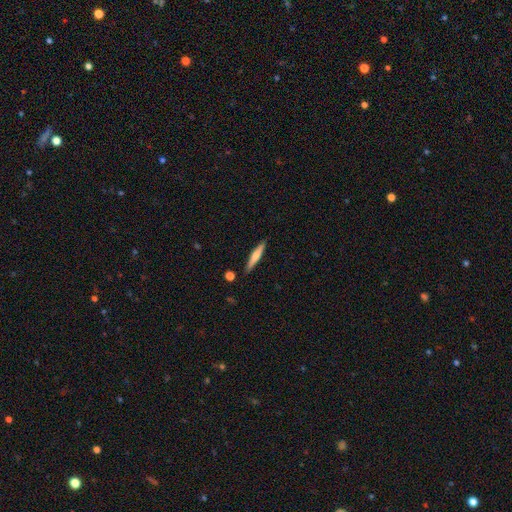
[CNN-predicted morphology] This is possibly a smooth galaxy (53%). How rounded: clearly cigar-shaped (92%). Merging: clearly none (88%).